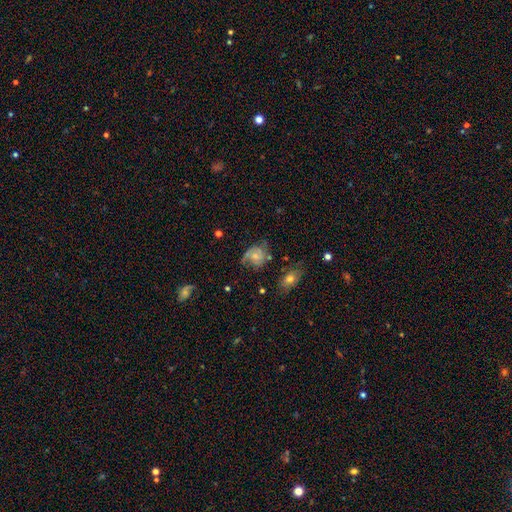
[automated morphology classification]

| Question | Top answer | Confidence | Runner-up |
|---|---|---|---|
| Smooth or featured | featured or disk | 68% | smooth (23%) |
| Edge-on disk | no | 97% | yes (3%) |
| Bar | no | 68% | weak (28%) |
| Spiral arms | yes | 90% | no (10%) |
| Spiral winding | medium | 44% | tight (33%) |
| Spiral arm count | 2 | 63% | 1 (18%) |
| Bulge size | small | 47% | moderate (39%) |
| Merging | none | 53% | minor disturbance (25%) |